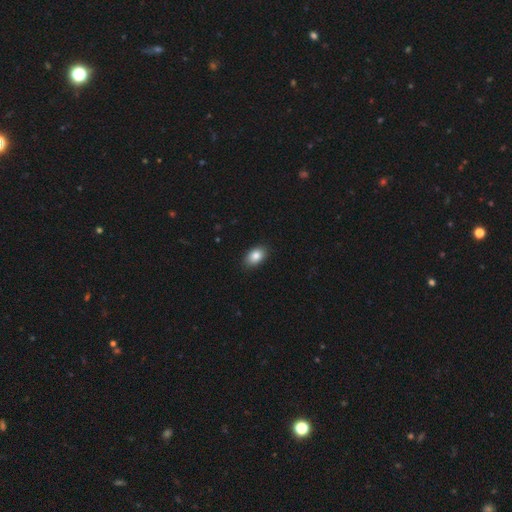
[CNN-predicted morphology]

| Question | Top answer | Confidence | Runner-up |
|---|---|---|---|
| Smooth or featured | smooth | 85% | star or artifact (8%) |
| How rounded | in between | 88% | round (10%) |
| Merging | none | 89% | minor disturbance (9%) |